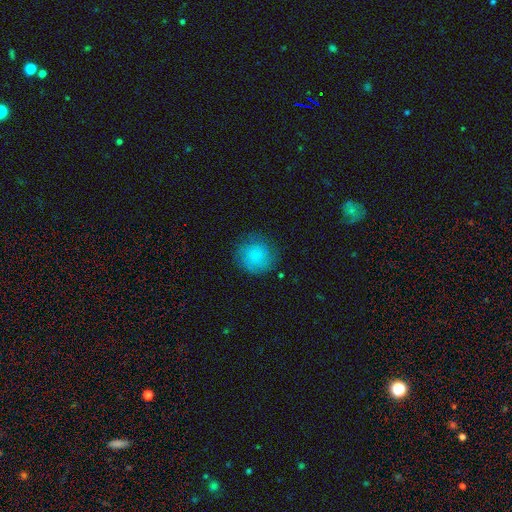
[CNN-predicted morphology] smooth-or-featured: smooth: 75% | featured or disk: 17% | star or artifact: 8%
  how-rounded: round: 91% | in between: 8% | cigar-shaped: 1%
  merging: none: 77% | minor disturbance: 15% | major disturbance: 6% | merger: 1%